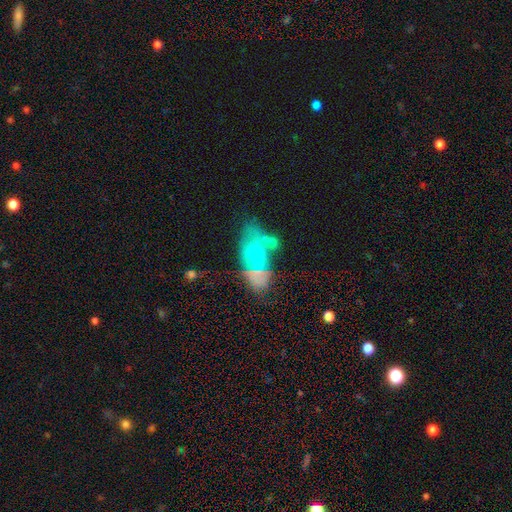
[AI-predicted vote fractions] Overall: smooth (43%; featured or disk 41%). Merging: none (34%; merger 29%).